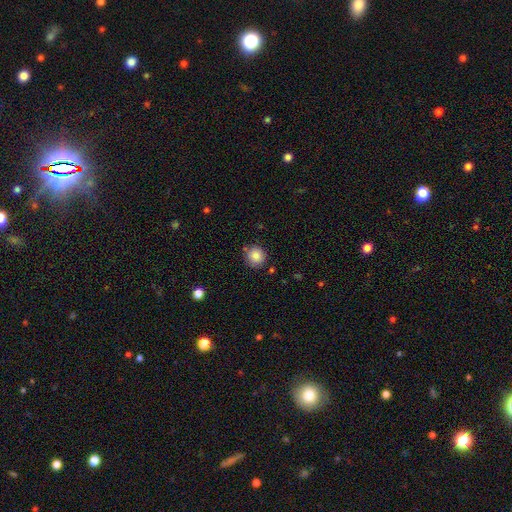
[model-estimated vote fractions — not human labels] Overall: smooth (86%). How rounded: round (91%). Merging: none (81%).